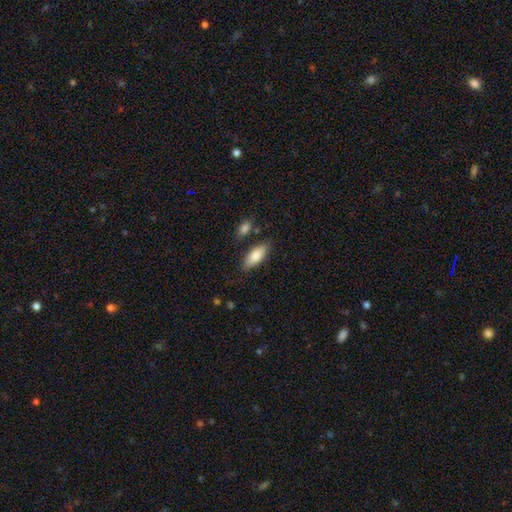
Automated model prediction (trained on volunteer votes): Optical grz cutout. It shows a smooth galaxy with no disk features (82%) that is in between round and cigar-shaped (75%). Merging: none (78%).